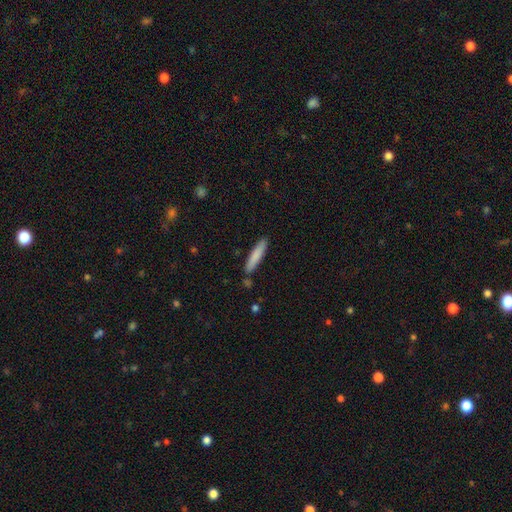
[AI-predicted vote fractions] Smooth or featured? smooth (82%)
How rounded? cigar-shaped (88%)
Merging? none (85%)